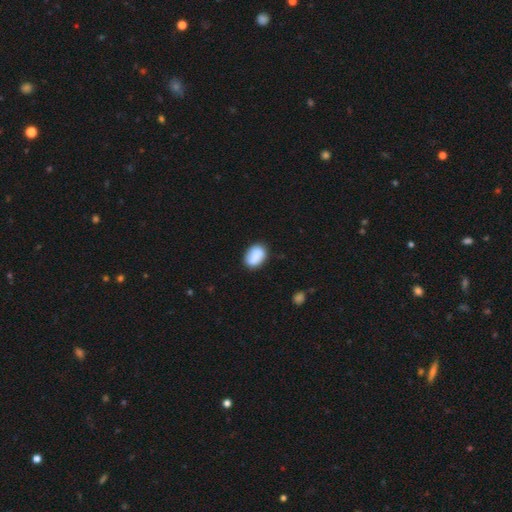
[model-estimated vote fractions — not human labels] This appears to be a smooth galaxy with no disk features (82%) that is in between round and cigar-shaped (75%). Merging: none (70%).